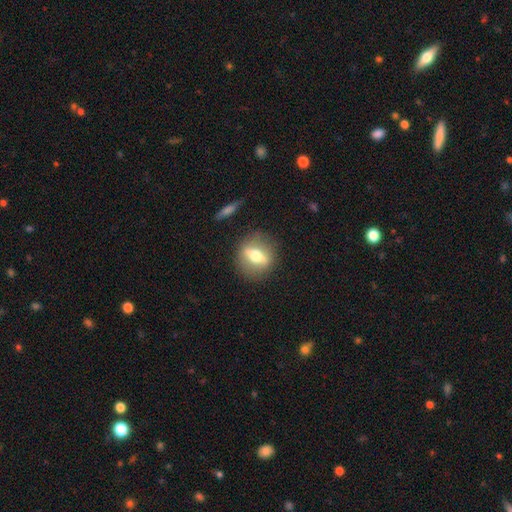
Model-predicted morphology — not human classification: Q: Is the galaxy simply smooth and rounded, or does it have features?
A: featured or disk — 55%.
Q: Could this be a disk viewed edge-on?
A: yes — 53%.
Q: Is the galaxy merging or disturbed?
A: none — 85%.